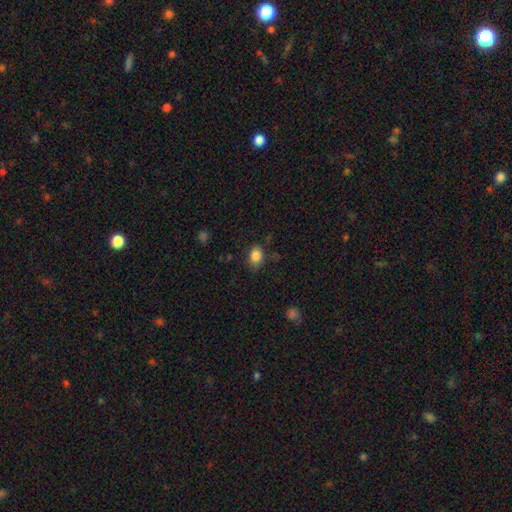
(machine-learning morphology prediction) type=smooth (85%); roundness=in between (70%); merging=none (77%).